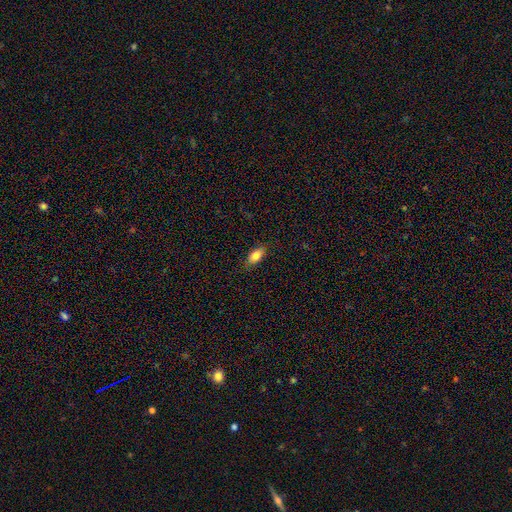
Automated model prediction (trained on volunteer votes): This is likely a smooth galaxy (80%). How rounded: clearly in between (87%). Merging: clearly none (83%).